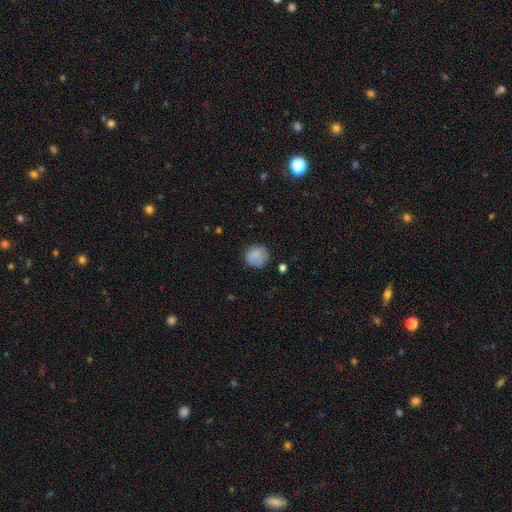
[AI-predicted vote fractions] smooth_or_featured: smooth (p=0.83) [alt: featured or disk p=0.09]
how_rounded: round (p=0.88) [alt: in between p=0.11]
merging: none (p=0.78) [alt: minor disturbance p=0.16]